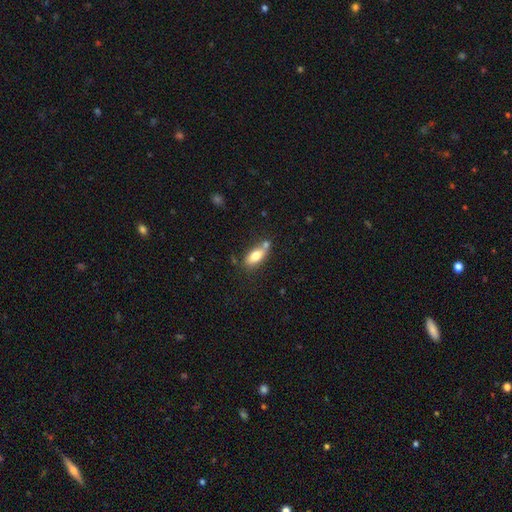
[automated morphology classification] type=smooth (75%); roundness=in between (82%); merging=none (57%).